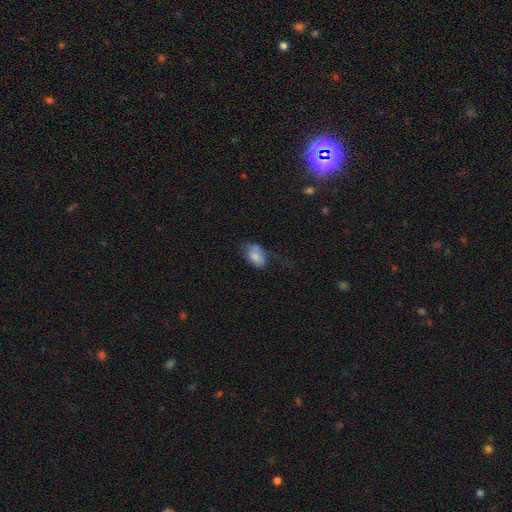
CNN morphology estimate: Q: Smooth or featured?
A: smooth (76%); runner-up: featured or disk (16%)
Q: How rounded?
A: in between (90%); runner-up: round (8%)
Q: Merging?
A: none (47%); runner-up: minor disturbance (30%)